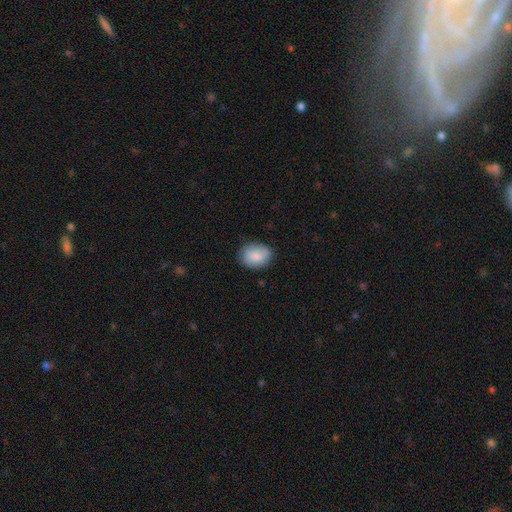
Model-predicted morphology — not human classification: This is likely a smooth galaxy (80%). How rounded: likely in between (62%). Merging: likely none (79%).